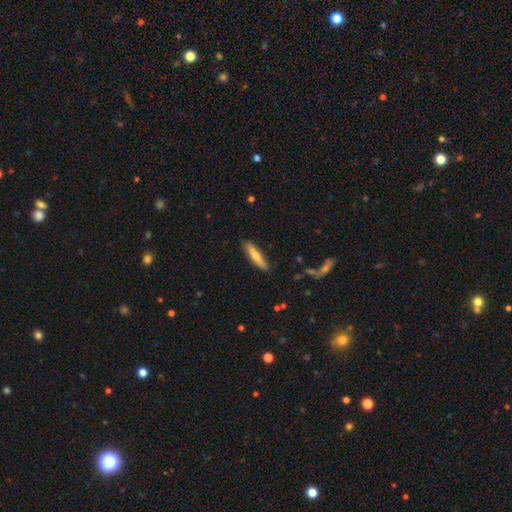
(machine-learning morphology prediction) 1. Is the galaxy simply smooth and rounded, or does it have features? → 59% smooth, 35% featured or disk, 6% star or artifact.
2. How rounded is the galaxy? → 81% cigar-shaped, 17% in between, 2% round.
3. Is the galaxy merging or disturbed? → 87% none, 9% minor disturbance, 2% major disturbance, 1% merger.